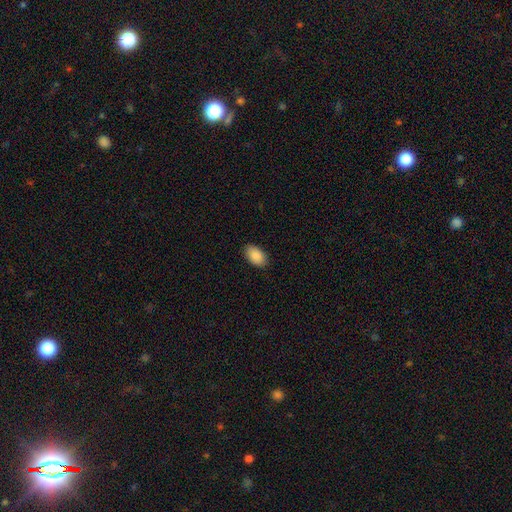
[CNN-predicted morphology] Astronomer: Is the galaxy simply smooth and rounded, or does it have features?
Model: smooth — 90%.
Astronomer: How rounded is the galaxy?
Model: in between — 94%.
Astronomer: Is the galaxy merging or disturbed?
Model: none — 88%.